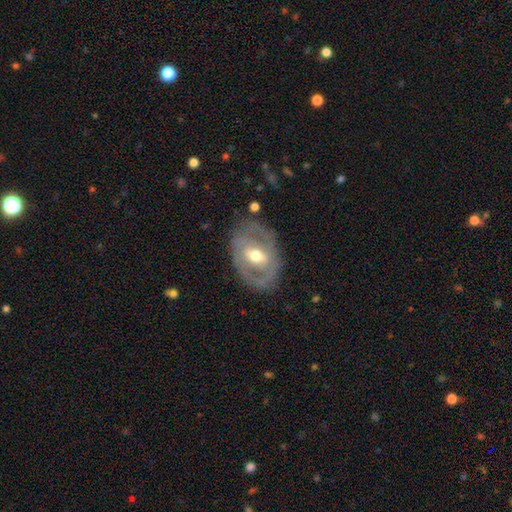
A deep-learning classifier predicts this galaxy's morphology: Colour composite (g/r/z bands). It shows a featured or disk galaxy (69%) with a weak bar (42%), no spiral arms (50%, tied with yes) and a moderate central bulge (73%). Merging: none (71%).